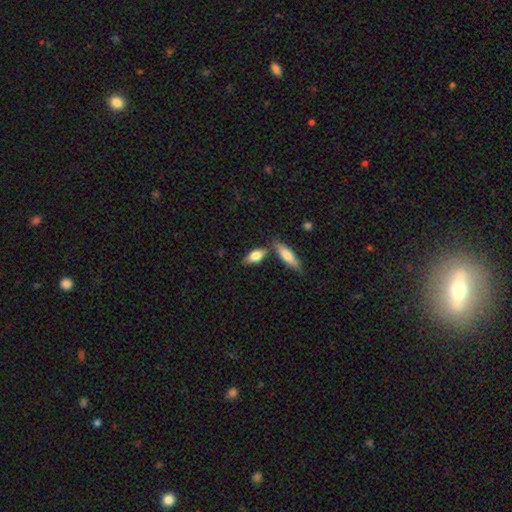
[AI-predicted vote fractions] This is likely a smooth galaxy (76%). How rounded: likely in between (78%). Merging: likely none (64%).